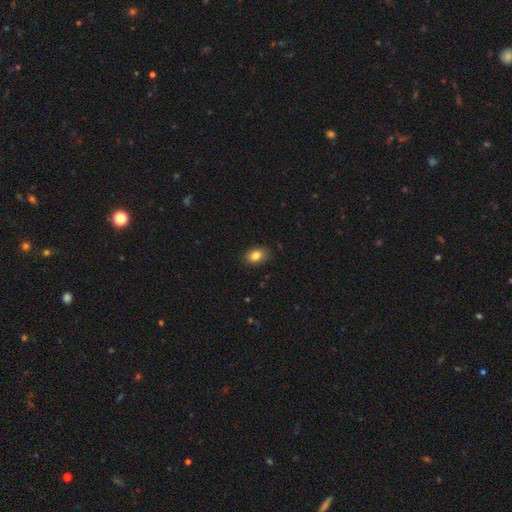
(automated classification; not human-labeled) smooth 84%, star or artifact 9%, featured or disk 8%. Down the decision tree: how rounded — in between (83%); merging — none (86%).